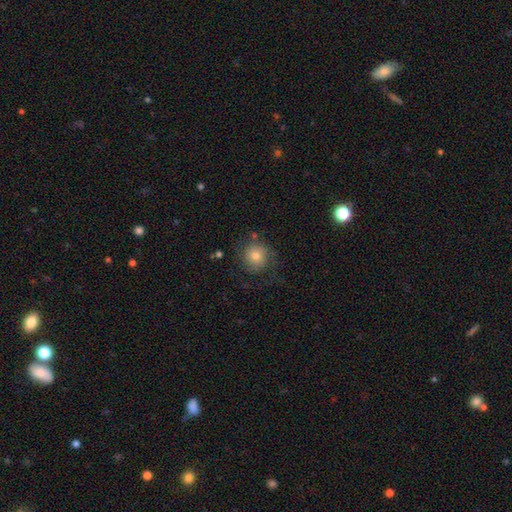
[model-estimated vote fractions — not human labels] A smooth galaxy with no disk features (65%) that is round (88%). Merging: none (67%).